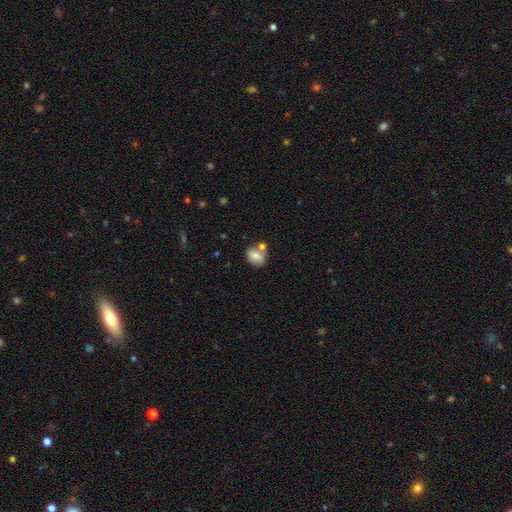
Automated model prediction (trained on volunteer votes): Smooth or featured? Predicted: smooth (p=0.76). How rounded? Predicted: in between (p=0.65). Merging? Predicted: none (p=0.50).